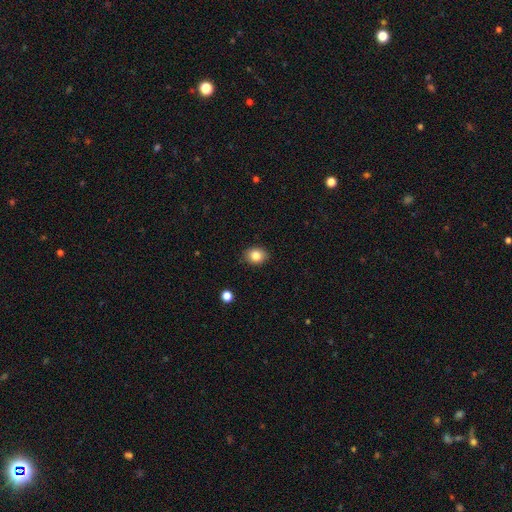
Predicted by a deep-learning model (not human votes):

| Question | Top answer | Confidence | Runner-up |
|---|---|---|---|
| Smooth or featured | smooth | 84% | star or artifact (9%) |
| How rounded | in between | 51% | round (48%) |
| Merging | none | 88% | minor disturbance (9%) |